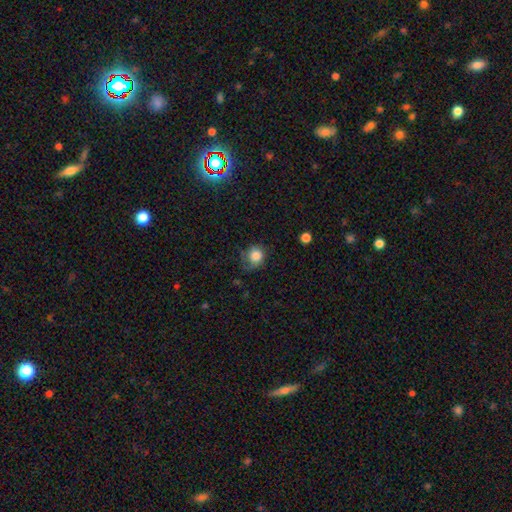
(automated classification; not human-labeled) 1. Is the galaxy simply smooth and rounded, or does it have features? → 80% smooth, 12% featured or disk, 9% star or artifact.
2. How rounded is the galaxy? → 73% round, 26% in between, 1% cigar-shaped.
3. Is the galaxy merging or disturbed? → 51% none, 31% minor disturbance, 16% major disturbance, 2% merger.